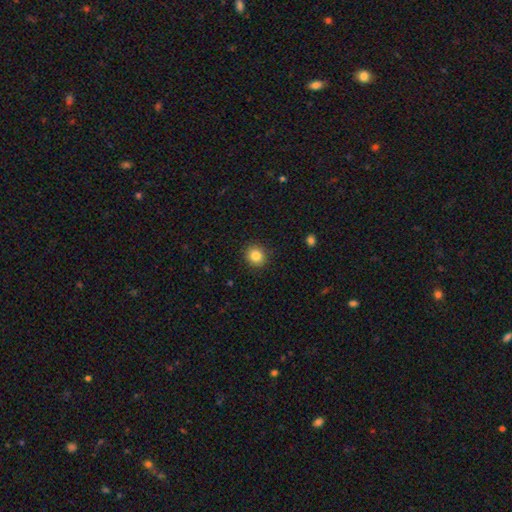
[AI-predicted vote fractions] Morphology: type=smooth (84%); roundness=round (85%); merging=none (90%).